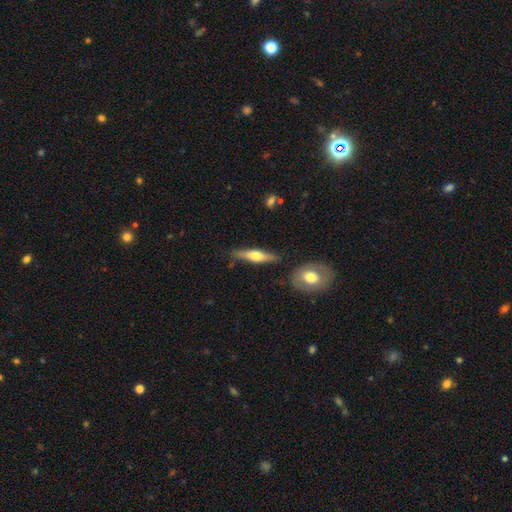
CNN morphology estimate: Smooth or featured: featured or disk — 55% (smooth — 40%)
Edge-on disk: yes — 94% (no — 6%)
Edge-on bulge: rounded — 91% (boxy — 6%)
Merging: none — 83% (minor disturbance — 11%)